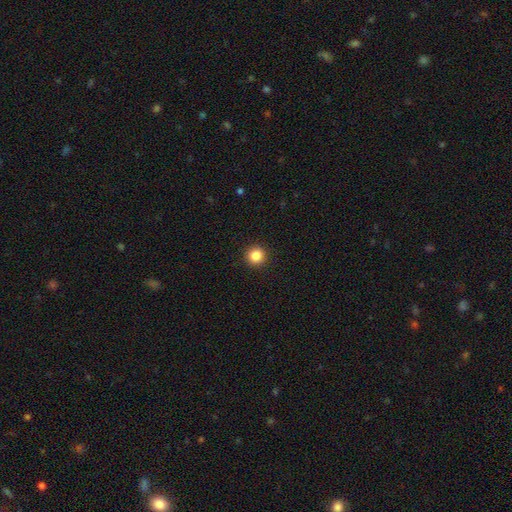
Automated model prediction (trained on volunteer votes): A smooth galaxy with no disk features (85%) that is round (95%). Merging: none (93%).